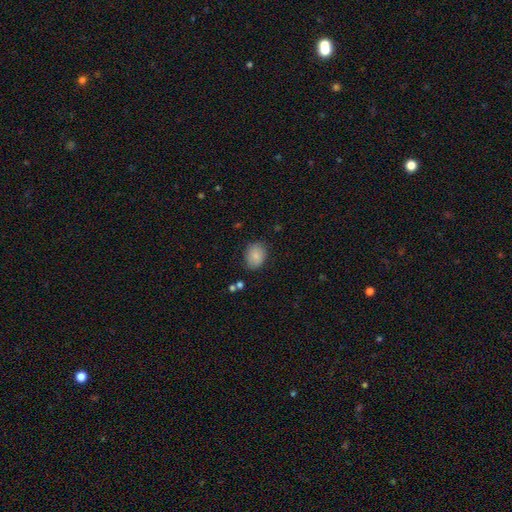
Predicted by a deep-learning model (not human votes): smooth 84%, star or artifact 8%, featured or disk 8%. Down the decision tree: how rounded — in between (62%); merging — none (78%).